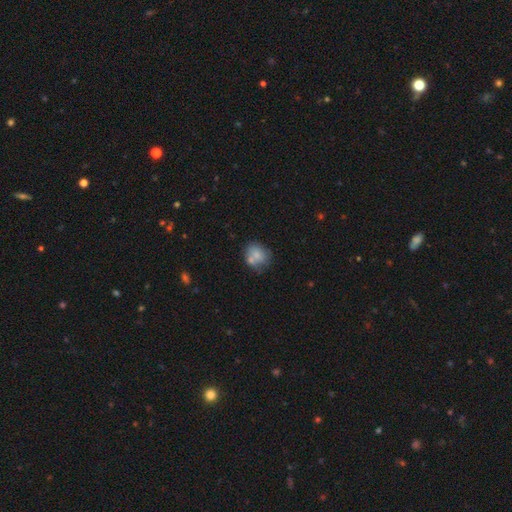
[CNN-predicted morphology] A smooth galaxy with no disk features (74%) that is round (62%).

Vote fractions:
- Smooth or featured? smooth: 74% / featured or disk: 18% / star or artifact: 9%
- How rounded? round: 62% / in between: 37% / cigar-shaped: 1%
- Merging? none: 49% / merger: 28% / minor disturbance: 17% / major disturbance: 6%